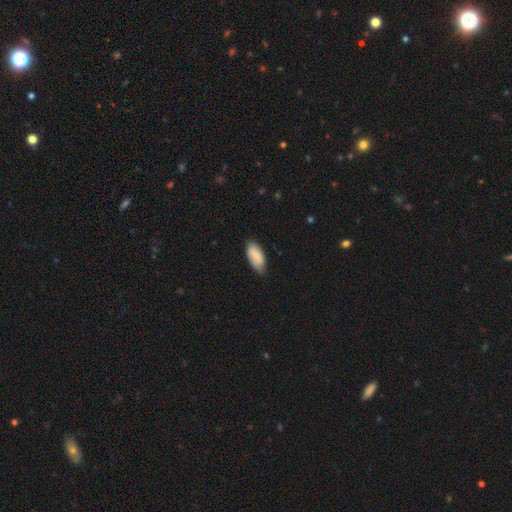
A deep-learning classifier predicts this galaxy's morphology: Smooth or featured?
  - smooth: 76% *
  - featured or disk: 18%
  - star or artifact: 6%
How rounded?
  - in between: 92% *
  - cigar-shaped: 6%
  - round: 2%
Merging?
  - none: 72% *
  - minor disturbance: 24%
  - major disturbance: 3%
  - merger: 1%